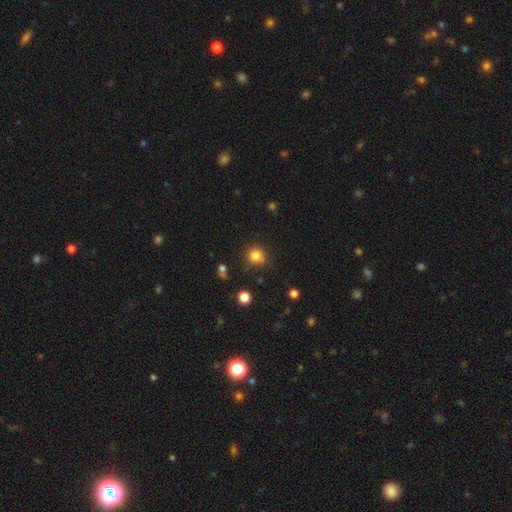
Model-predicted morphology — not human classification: smooth_or_featured: smooth (p=0.82) [alt: star or artifact p=0.13]
how_rounded: round (p=0.87) [alt: in between p=0.12]
merging: none (p=0.79) [alt: minor disturbance p=0.14]